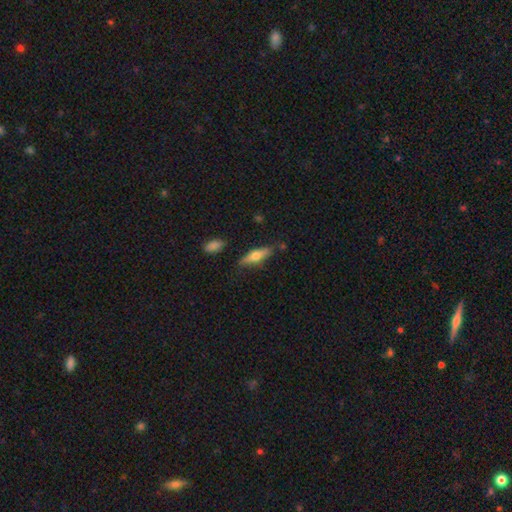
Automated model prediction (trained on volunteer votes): Smooth or featured?
  - smooth: 55% *
  - featured or disk: 38%
  - star or artifact: 6%
How rounded?
  - cigar-shaped: 59% *
  - in between: 38%
  - round: 2%
Merging?
  - none: 78% *
  - minor disturbance: 15%
  - merger: 4%
  - major disturbance: 3%